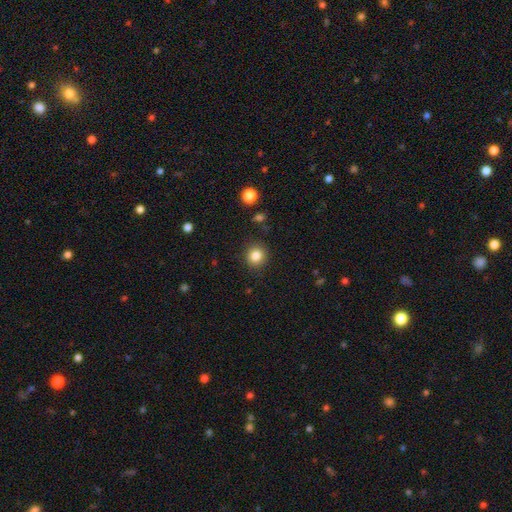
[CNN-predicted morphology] smooth_or_featured: smooth (p=0.83) [alt: star or artifact p=0.11]
how_rounded: round (p=0.89) [alt: in between p=0.10]
merging: none (p=0.89) [alt: minor disturbance p=0.07]